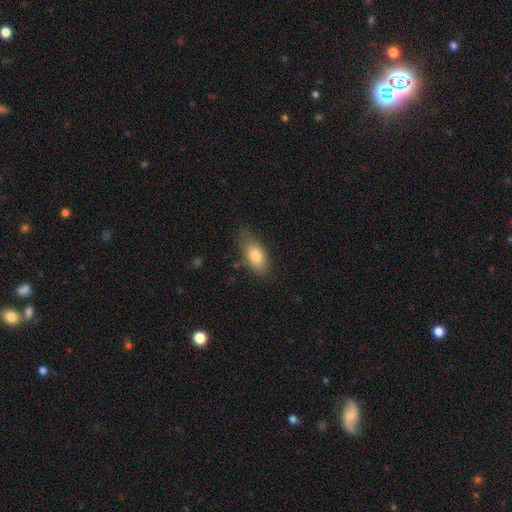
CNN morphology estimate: smooth 79%, featured or disk 14%, star or artifact 7%. Down the decision tree: how rounded — in between (87%); merging — none (67%).